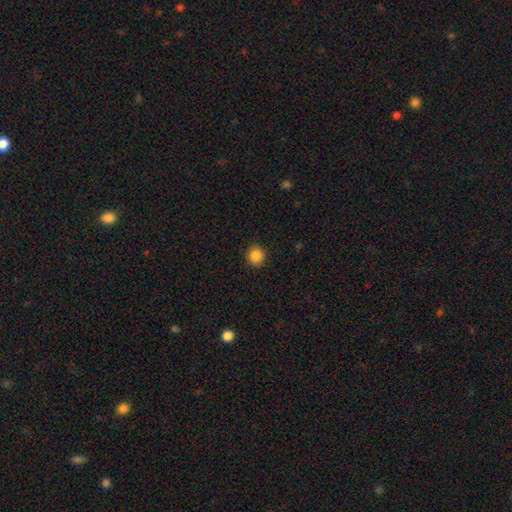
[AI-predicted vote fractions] Morphology: type=smooth (87%); roundness=round (89%); merging=none (90%).